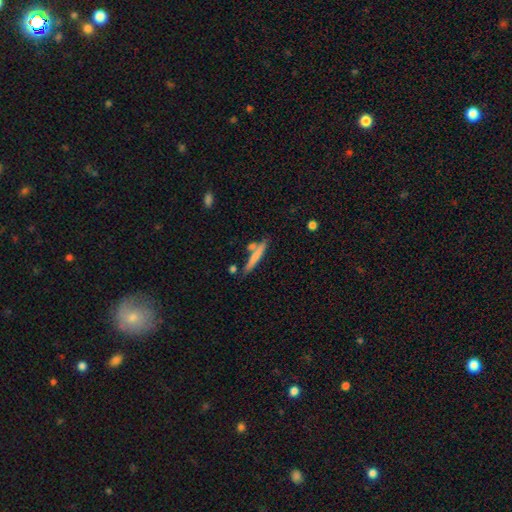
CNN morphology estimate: This is likely a smooth galaxy (64%). How rounded: clearly cigar-shaped (93%). Merging: likely none (70%).